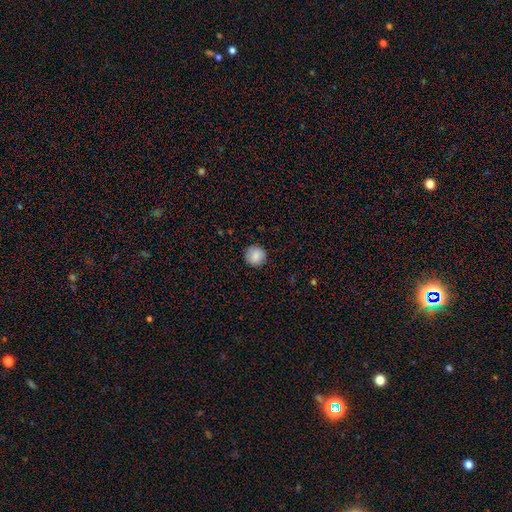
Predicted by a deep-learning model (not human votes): Q: Smooth or featured?
A: smooth (87%); runner-up: star or artifact (8%)
Q: How rounded?
A: round (94%); runner-up: in between (5%)
Q: Merging?
A: none (89%); runner-up: minor disturbance (8%)